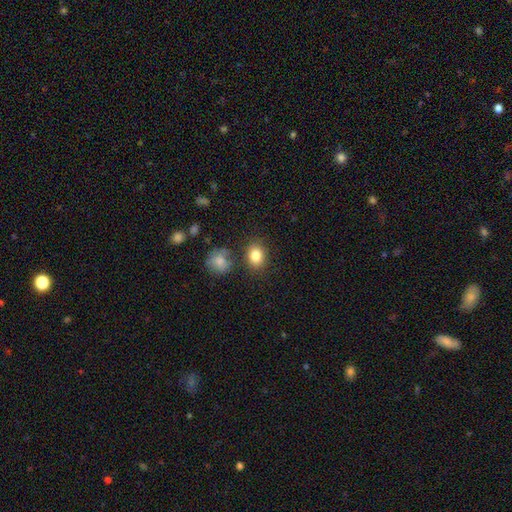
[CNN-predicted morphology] Smooth or featured? smooth (84%)
How rounded? in between (56%)
Merging? none (79%)